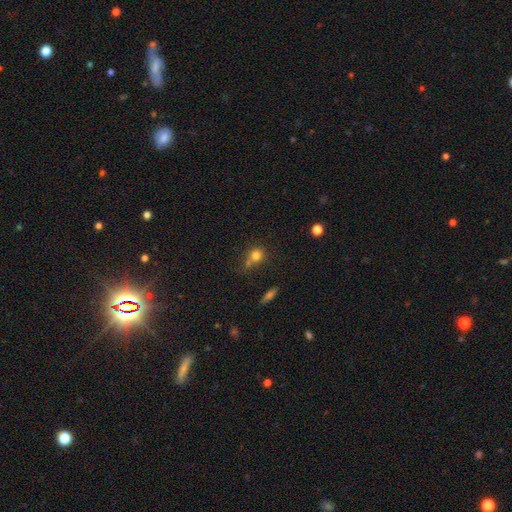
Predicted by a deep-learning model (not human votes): Q: Smooth or featured?
A: smooth (78%); runner-up: star or artifact (13%)
Q: How rounded?
A: round (80%); runner-up: in between (18%)
Q: Merging?
A: none (52%); runner-up: merger (26%)